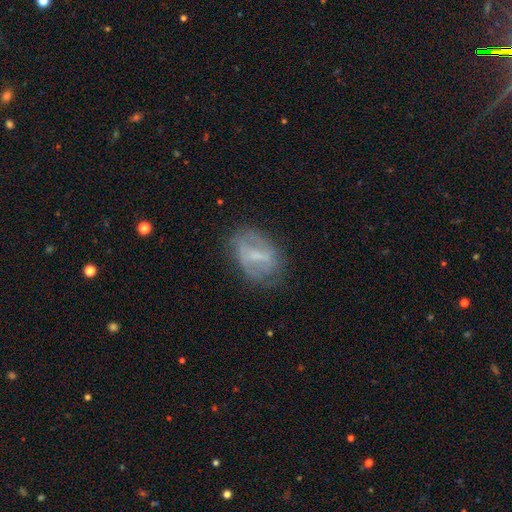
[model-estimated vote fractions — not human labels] Smooth or featured: featured or disk — 62% (smooth — 29%)
Edge-on disk: no — 94% (yes — 6%)
Bar: weak — 45% (strong — 37%)
Spiral arms: yes — 54% (no — 46%)
Bulge size: small — 39% (none — 34%)
Merging: none — 61% (minor disturbance — 23%)